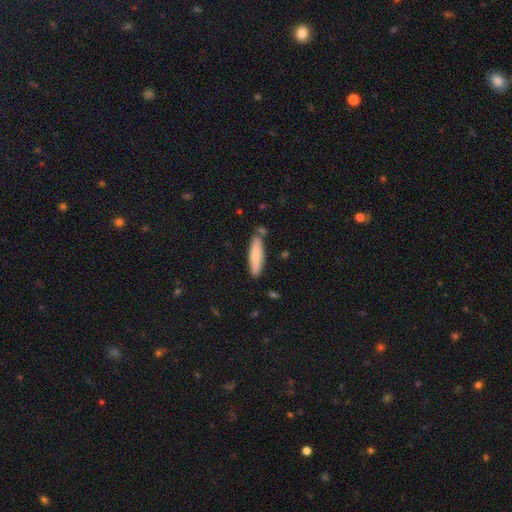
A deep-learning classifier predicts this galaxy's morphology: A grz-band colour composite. It shows a smooth galaxy with no disk features (75%) that is cigar-shaped (69%). Merging: none (76%).